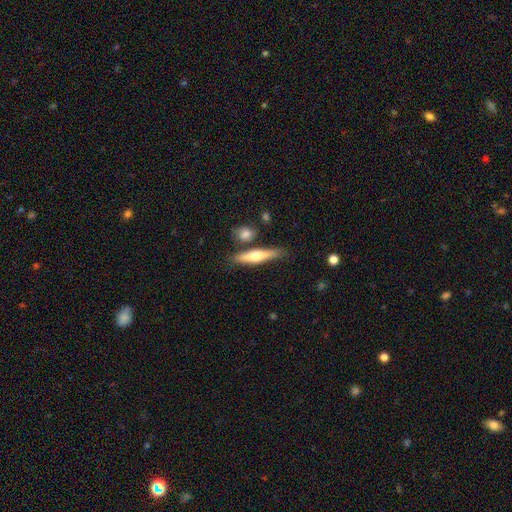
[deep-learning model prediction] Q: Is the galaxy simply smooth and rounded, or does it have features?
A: smooth — 51%.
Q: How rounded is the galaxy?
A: cigar-shaped — 83%.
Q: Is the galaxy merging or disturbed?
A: none — 74%.